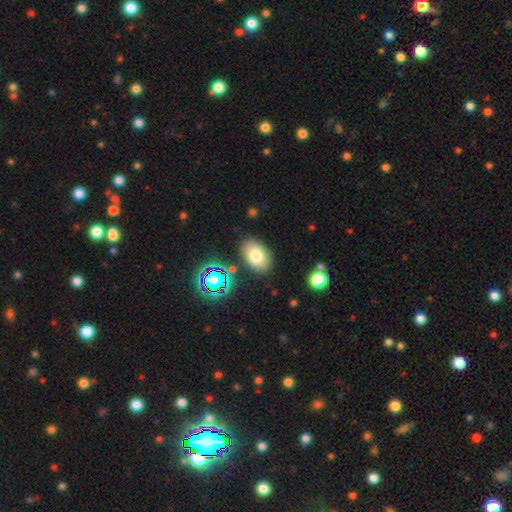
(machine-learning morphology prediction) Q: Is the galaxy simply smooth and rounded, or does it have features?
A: smooth — 77%.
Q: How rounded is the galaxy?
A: in between — 88%.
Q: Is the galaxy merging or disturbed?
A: none — 83%.